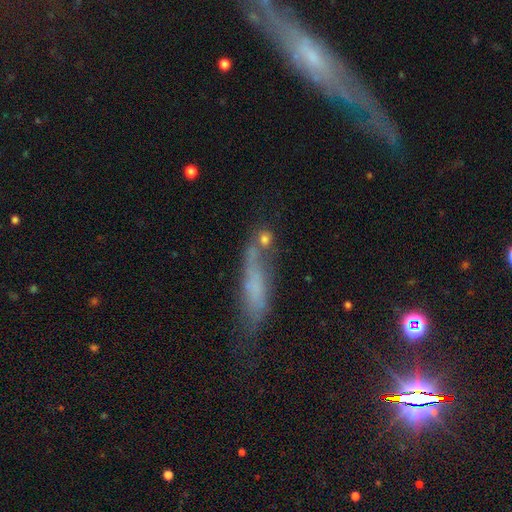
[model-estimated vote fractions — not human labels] A smooth galaxy with no disk features (42%, tied with featured or disk).

Vote fractions:
- Smooth or featured? smooth: 42% (tied) / featured or disk: 42% (tied) / star or artifact: 15%
- Merging? none: 44% / minor disturbance: 26% / major disturbance: 17% / merger: 13%